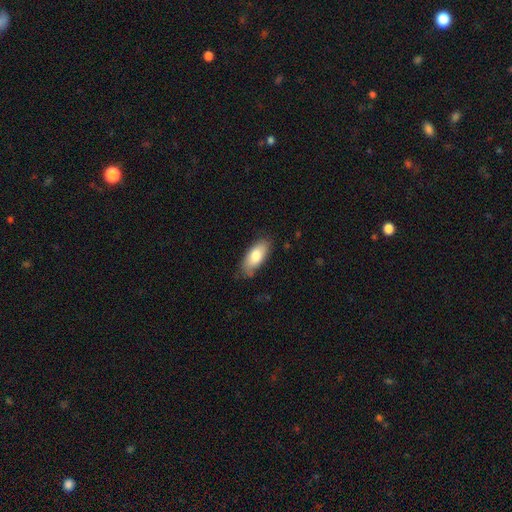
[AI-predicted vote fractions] Smooth or featured: smooth — 78% (featured or disk — 16%)
How rounded: in between — 88% (cigar-shaped — 10%)
Merging: none — 74% (minor disturbance — 20%)